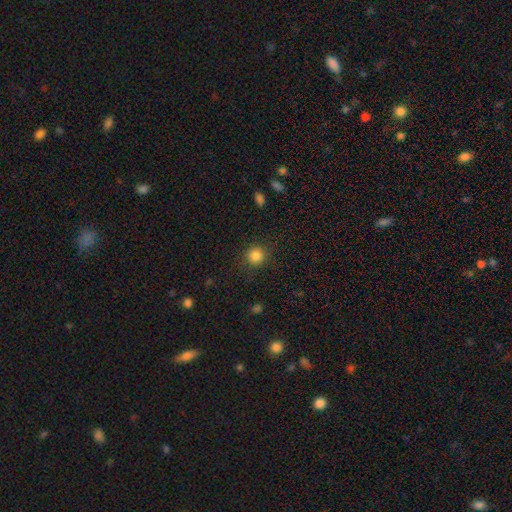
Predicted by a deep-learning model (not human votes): A smooth galaxy with no disk features (85%) that is round (92%).

Vote fractions:
- Smooth or featured? smooth: 85% / star or artifact: 11% / featured or disk: 4%
- How rounded? round: 92% / in between: 7% / cigar-shaped: 1%
- Merging? none: 88% / minor disturbance: 8% / major disturbance: 3% / merger: 1%